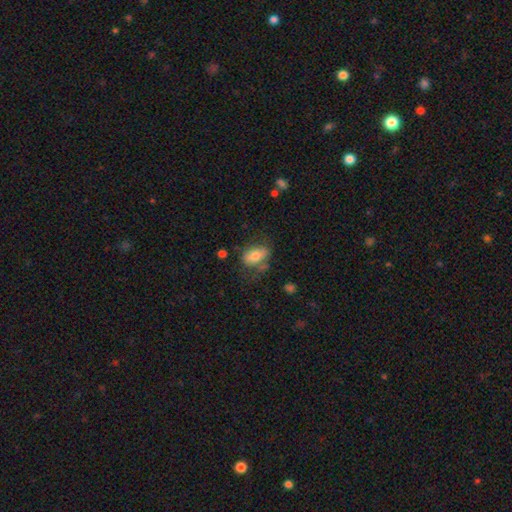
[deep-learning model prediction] smooth_or_featured: smooth (p=0.69) [alt: featured or disk p=0.23]
how_rounded: in between (p=0.86) [alt: round p=0.10]
merging: none (p=0.55) [alt: minor disturbance p=0.25]